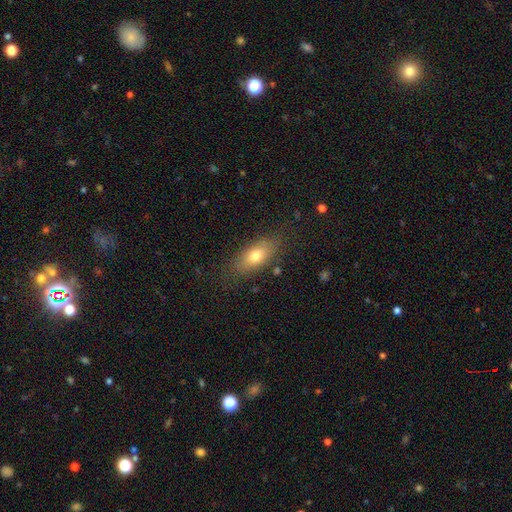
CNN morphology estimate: The model was most divided on "smooth or featured": smooth: 73%, featured or disk: 19%, star or artifact: 8%. More confident: how rounded — in between (82%); merging — none (79%).